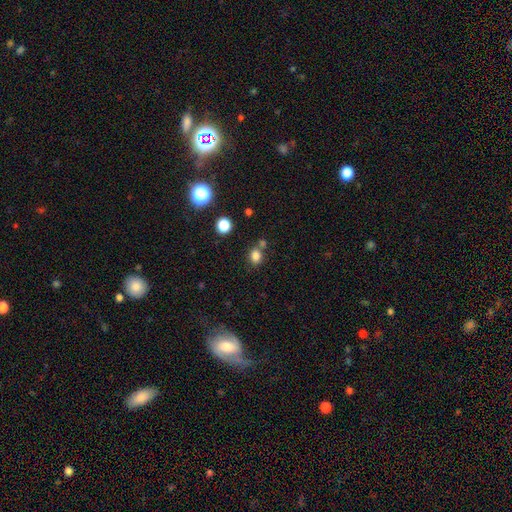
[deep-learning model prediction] smooth_or_featured: smooth (p=0.81) [alt: star or artifact p=0.14]
how_rounded: round (p=0.53) [alt: in between p=0.45]
merging: none (p=0.65) [alt: merger p=0.19]